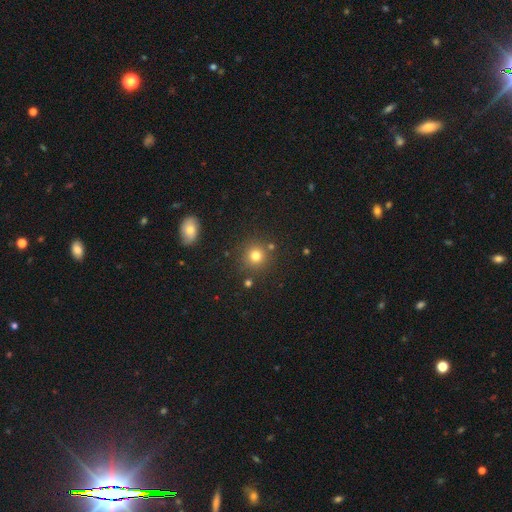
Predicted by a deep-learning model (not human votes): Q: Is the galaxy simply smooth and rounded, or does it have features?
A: smooth — 78%.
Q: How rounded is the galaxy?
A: round — 92%.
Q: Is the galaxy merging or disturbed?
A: none — 83%.